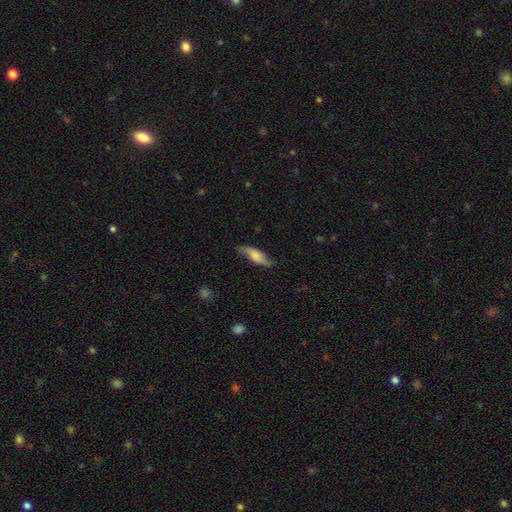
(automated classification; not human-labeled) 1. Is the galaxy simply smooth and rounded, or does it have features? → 65% smooth, 28% featured or disk, 6% star or artifact.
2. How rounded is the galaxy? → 56% in between, 42% cigar-shaped, 2% round.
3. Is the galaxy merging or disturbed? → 74% none, 20% minor disturbance, 4% major disturbance, 1% merger.